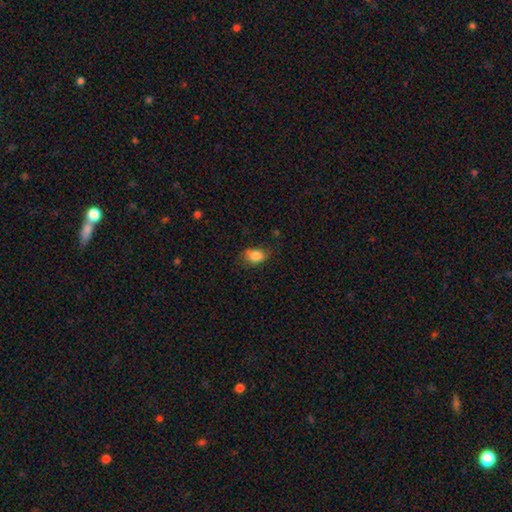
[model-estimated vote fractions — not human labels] The model was most divided on "merging": none: 69%, minor disturbance: 24%, major disturbance: 6%, merger: 2%. More confident: smooth or featured — smooth (85%); how rounded — in between (75%).